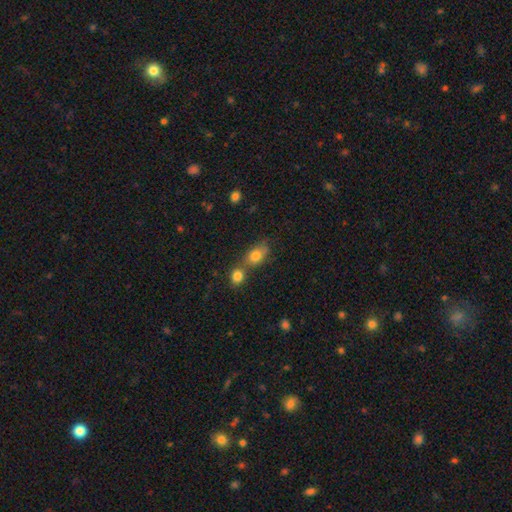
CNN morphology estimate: The model was most divided on "merging": merger: 44%, none: 39%, minor disturbance: 12%, major disturbance: 5%. More confident: smooth or featured — smooth (79%); how rounded — in between (73%).